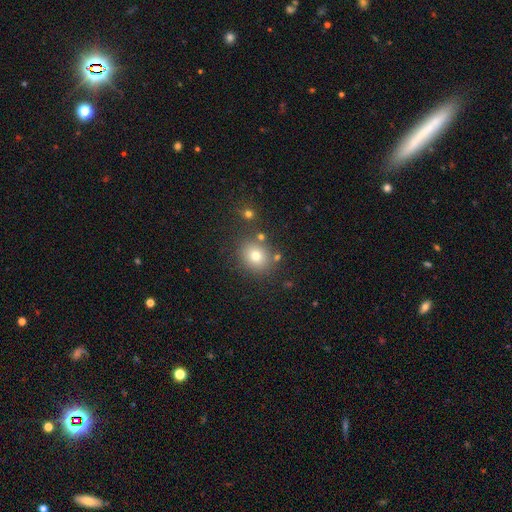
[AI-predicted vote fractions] Overall: smooth (75%). How rounded: round (72%). Merging: none (79%).